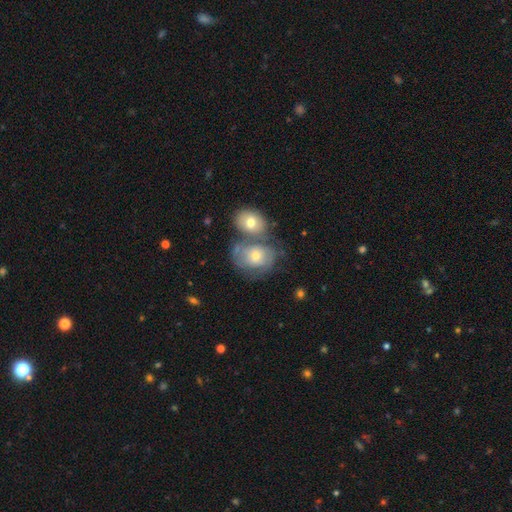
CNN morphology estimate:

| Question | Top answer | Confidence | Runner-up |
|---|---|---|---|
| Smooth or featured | featured or disk | 46% | smooth (44%) |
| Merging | merger | 39% | none (37%) |